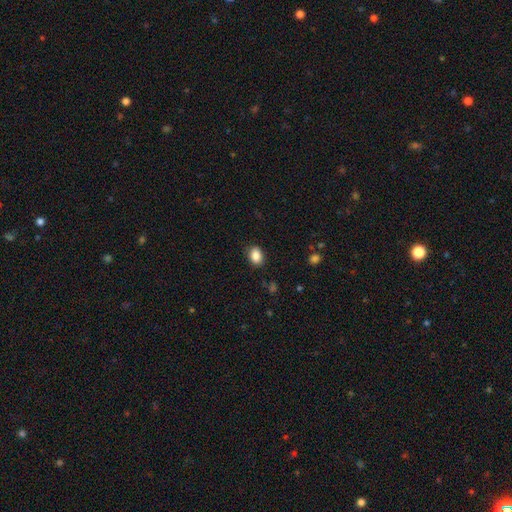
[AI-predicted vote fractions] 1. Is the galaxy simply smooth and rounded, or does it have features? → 87% smooth, 9% star or artifact, 4% featured or disk.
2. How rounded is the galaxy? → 74% in between, 25% round, 1% cigar-shaped.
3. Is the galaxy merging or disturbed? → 87% none, 10% minor disturbance, 2% major disturbance, 1% merger.